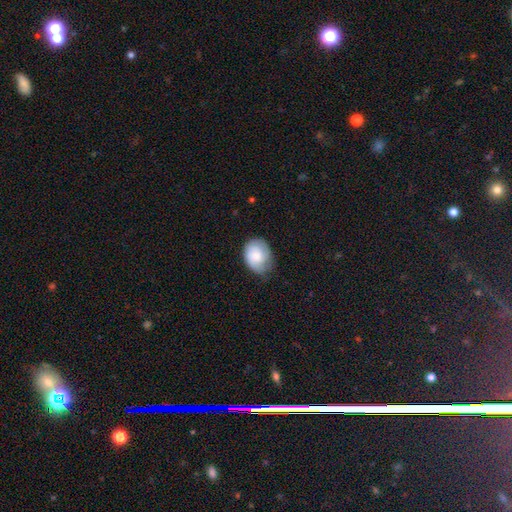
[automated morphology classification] type=smooth (74%); roundness=in between (65%); merging=none (63%).